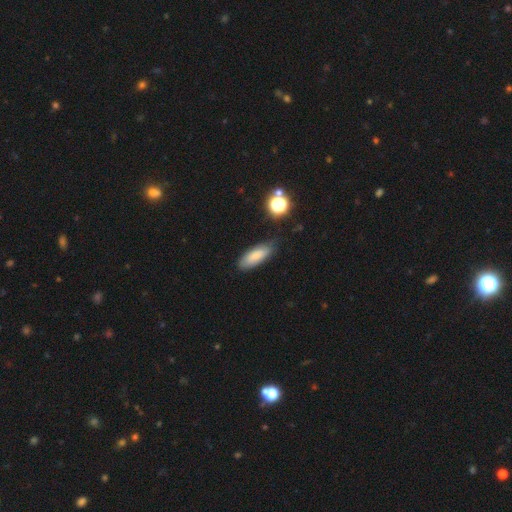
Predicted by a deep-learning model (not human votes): The model was most divided on "how rounded": in between: 72%, cigar-shaped: 26%, round: 2%. More confident: smooth or featured — smooth (80%); merging — none (76%).